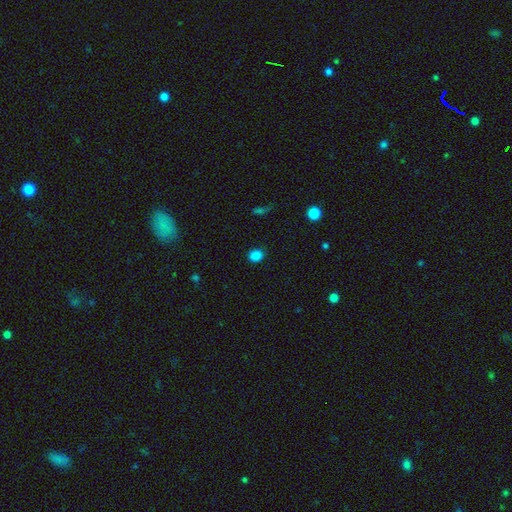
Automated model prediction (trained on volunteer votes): Smooth or featured? Predicted: smooth (p=0.85). How rounded? Predicted: round (p=0.67). Merging? Predicted: none (p=0.88).